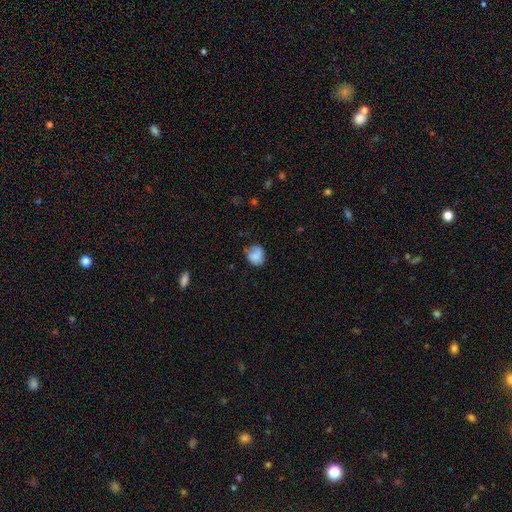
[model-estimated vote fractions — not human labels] A smooth galaxy with no disk features (72%) that is round (67%).

Vote fractions:
- Smooth or featured? smooth: 72% / featured or disk: 19% / star or artifact: 9%
- How rounded? round: 67% / in between: 32% / cigar-shaped: 1%
- Merging? none: 55% / minor disturbance: 30% / major disturbance: 12% / merger: 3%